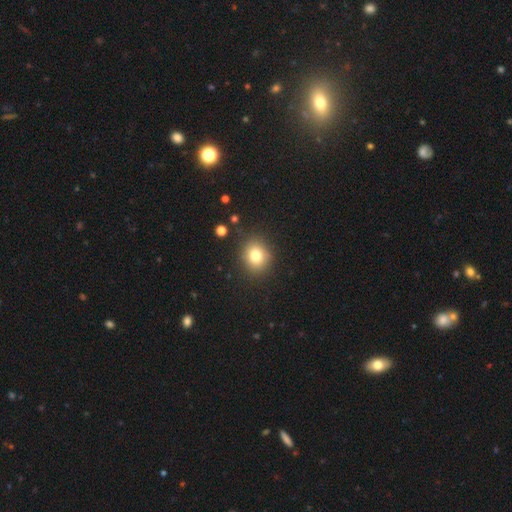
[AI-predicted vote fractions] smooth 78%, star or artifact 13%, featured or disk 9%. Down the decision tree: how rounded — round (73%); merging — none (87%).